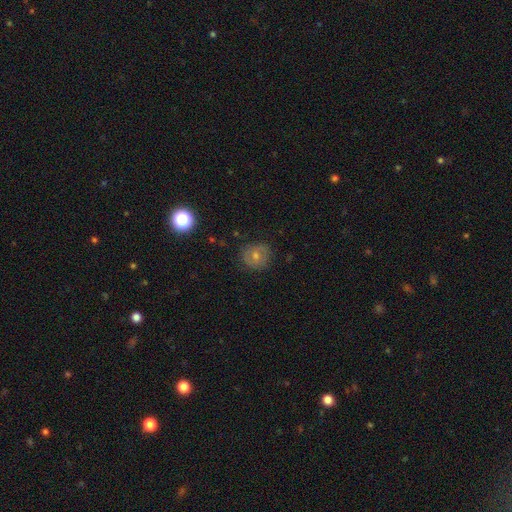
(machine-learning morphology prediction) This appears to be a smooth galaxy with no disk features (47%). Merging: none (82%).